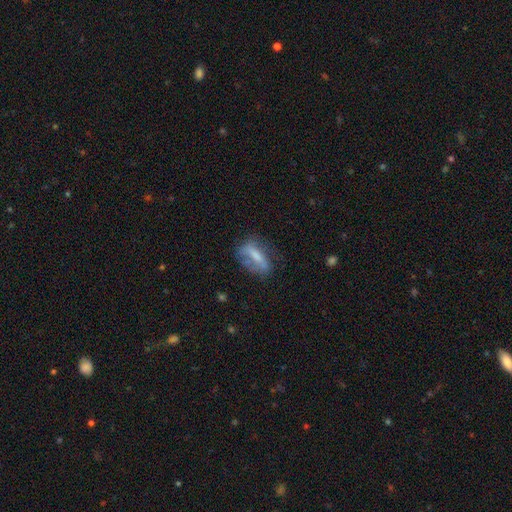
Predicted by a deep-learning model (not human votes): smooth-or-featured: smooth: 54% | featured or disk: 37% | star or artifact: 9%
  how-rounded: in between: 65% | cigar-shaped: 30% | round: 6%
  merging: none: 48% | minor disturbance: 27% | major disturbance: 21% | merger: 3%